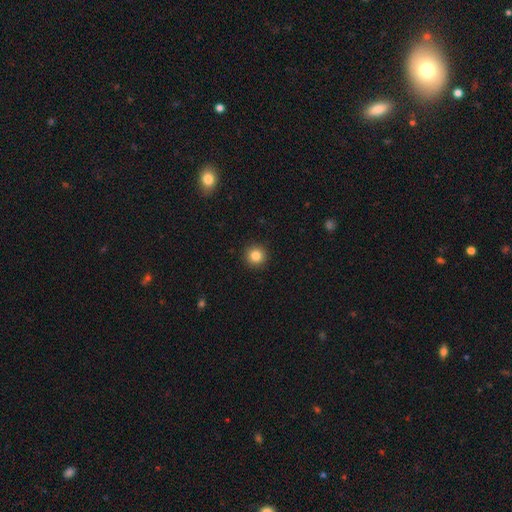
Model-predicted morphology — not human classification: smooth-or-featured: smooth: 84% | star or artifact: 11% | featured or disk: 5%
  how-rounded: round: 95% | in between: 4% | cigar-shaped: 1%
  merging: none: 93% | minor disturbance: 5% | major disturbance: 2% | merger: 1%